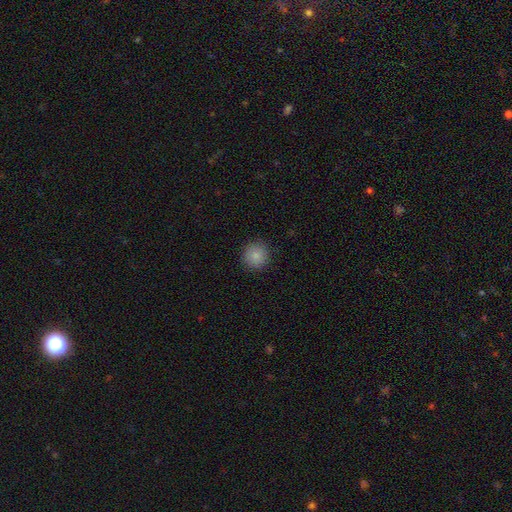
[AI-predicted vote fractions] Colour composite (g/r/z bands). It shows a smooth galaxy with no disk features (86%) that is round (93%). Merging: none (90%).